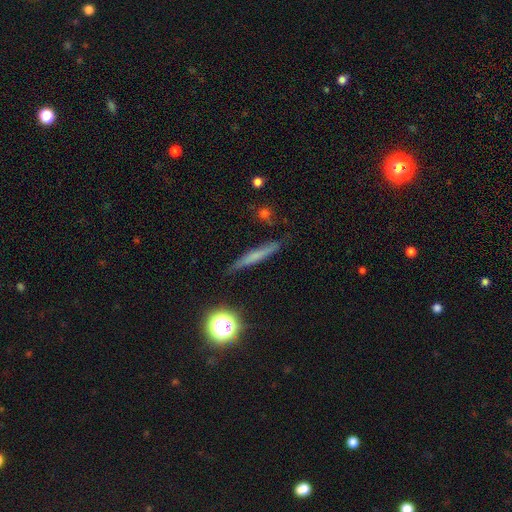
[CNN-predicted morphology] Smooth or featured? smooth (51%)
How rounded? cigar-shaped (90%)
Merging? none (86%)